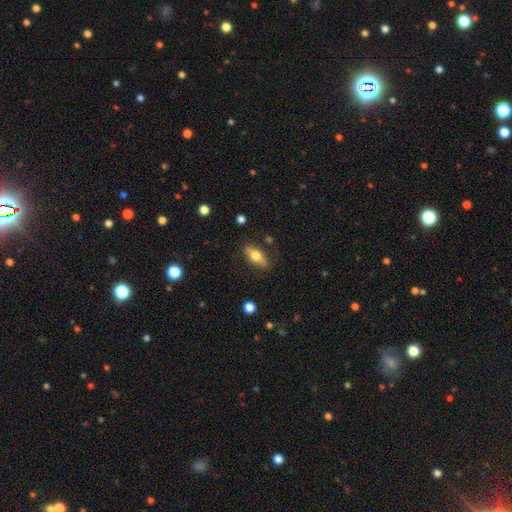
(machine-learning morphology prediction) smooth_or_featured: smooth (p=0.60) [alt: featured or disk p=0.33]
how_rounded: in between (p=0.72) [alt: cigar-shaped p=0.23]
merging: none (p=0.81) [alt: minor disturbance p=0.13]